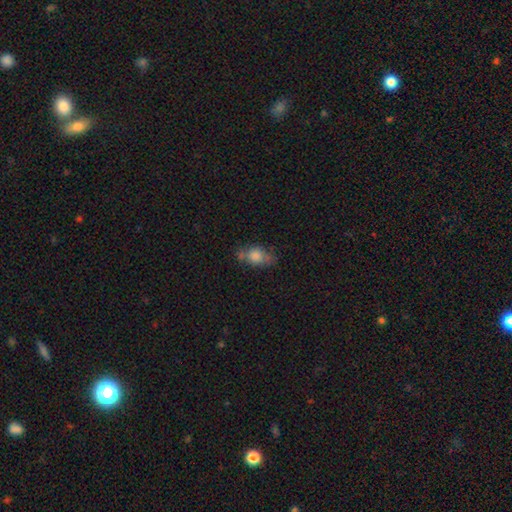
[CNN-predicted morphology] Q: Smooth or featured?
A: smooth (76%); runner-up: featured or disk (15%)
Q: How rounded?
A: in between (74%); runner-up: round (22%)
Q: Merging?
A: none (46%); runner-up: minor disturbance (29%)